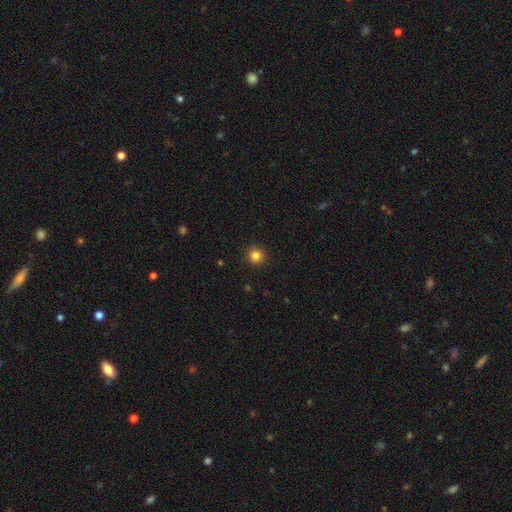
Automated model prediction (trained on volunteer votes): This appears to be a smooth galaxy with no disk features (83%) that is round (94%). Merging: none (91%).